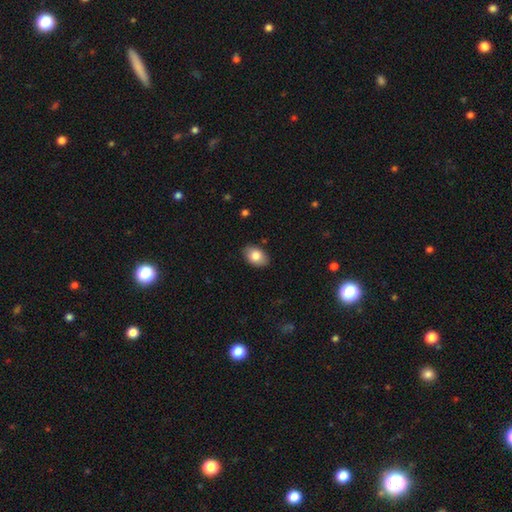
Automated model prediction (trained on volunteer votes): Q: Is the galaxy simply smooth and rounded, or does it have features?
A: smooth — 82%.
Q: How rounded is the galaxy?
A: in between — 87%.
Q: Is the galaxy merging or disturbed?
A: none — 87%.